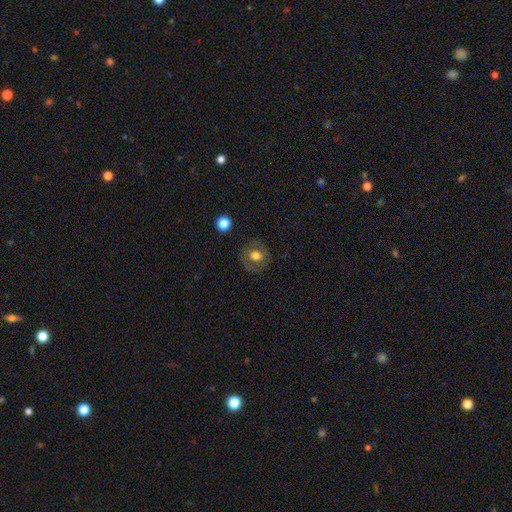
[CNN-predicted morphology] Q: Smooth or featured?
A: smooth (64%); runner-up: featured or disk (26%)
Q: How rounded?
A: round (84%); runner-up: in between (15%)
Q: Merging?
A: none (81%); runner-up: minor disturbance (12%)